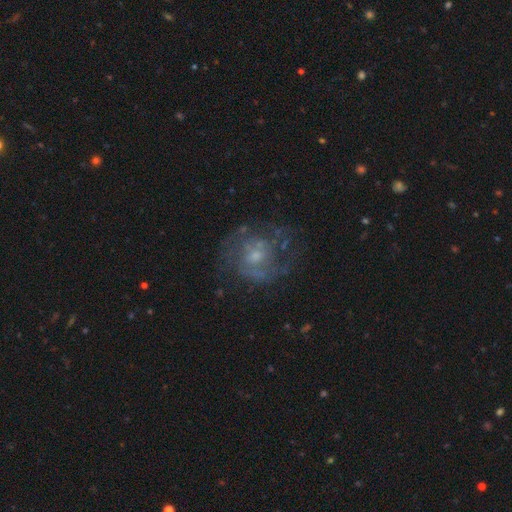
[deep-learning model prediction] This appears to be a featured or disk galaxy (69%) with no bar (71%), spiral arms (66%) and a small central bulge (47%). Merging: none (60%).